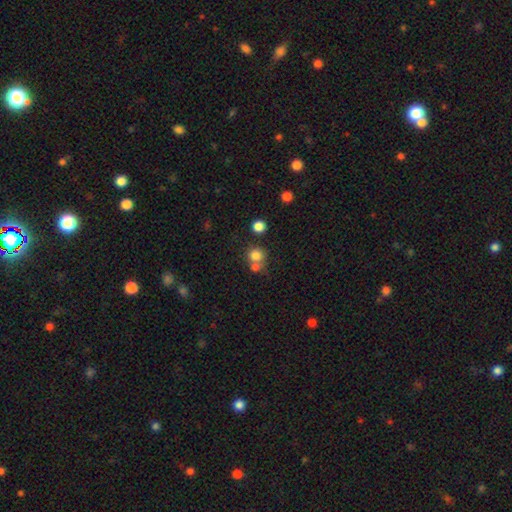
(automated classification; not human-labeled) smooth-or-featured: smooth: 79% | star or artifact: 13% | featured or disk: 8%
  how-rounded: round: 87% | in between: 12% | cigar-shaped: 1%
  merging: none: 55% | merger: 33% | minor disturbance: 8% | major disturbance: 4%